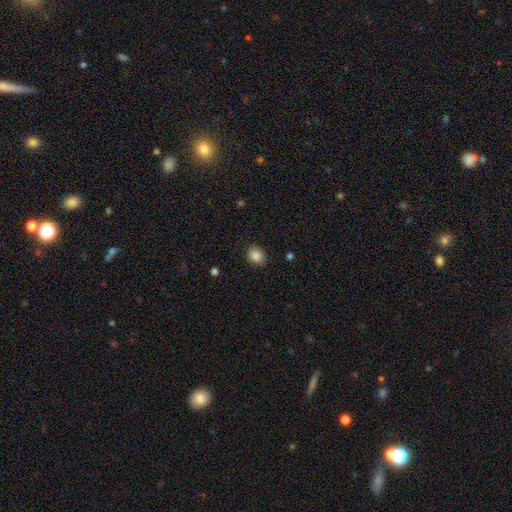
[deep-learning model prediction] Smooth or featured?
  - smooth: 86% *
  - star or artifact: 10%
  - featured or disk: 4%
How rounded?
  - round: 56% *
  - in between: 43%
  - cigar-shaped: 1%
Merging?
  - none: 87% *
  - minor disturbance: 10%
  - major disturbance: 2%
  - merger: 1%